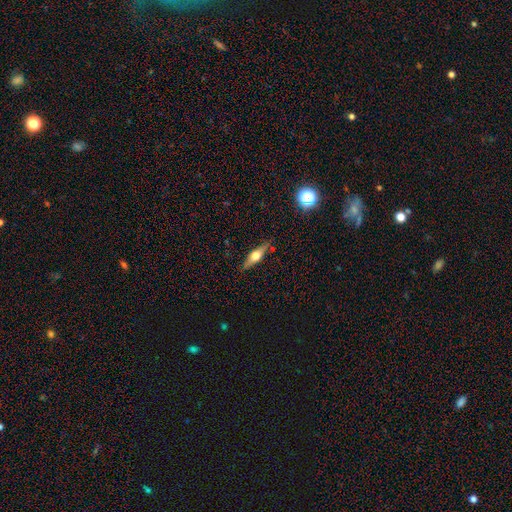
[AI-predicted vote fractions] featured or disk 57%, smooth 36%, star or artifact 7%. Down the decision tree: edge-on disk — yes (93%); edge-on bulge — rounded (94%); merging — none (85%).